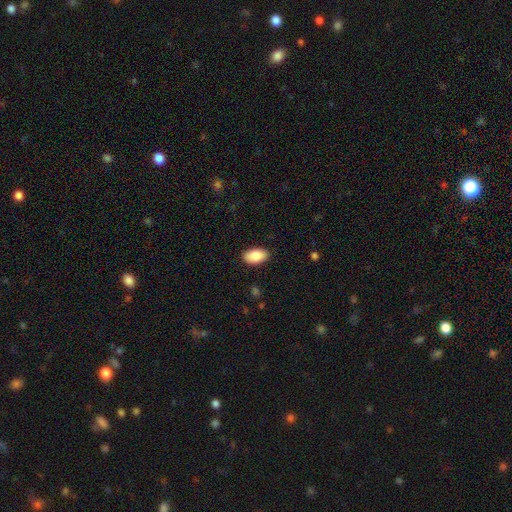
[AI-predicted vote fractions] A smooth galaxy with no disk features (86%) that is in between round and cigar-shaped (95%). Merging: none (88%).